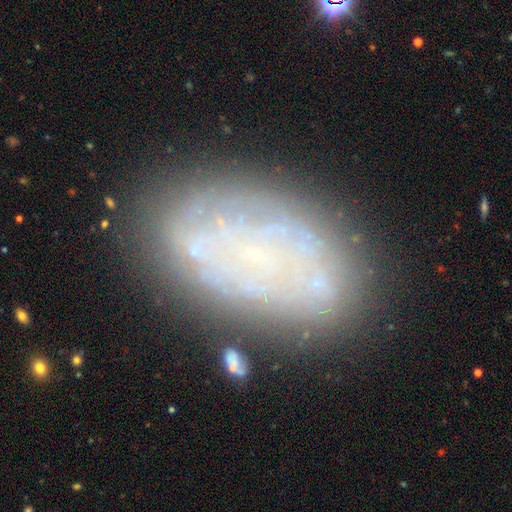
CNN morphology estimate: This is possibly a featured or disk galaxy (55%). It is clearly not viewed edge-on (95%). Bar: clearly no (89%). Spiral arm pattern: likely no (67%). Central bulge: likely none (68%). Merging: likely none (71%).